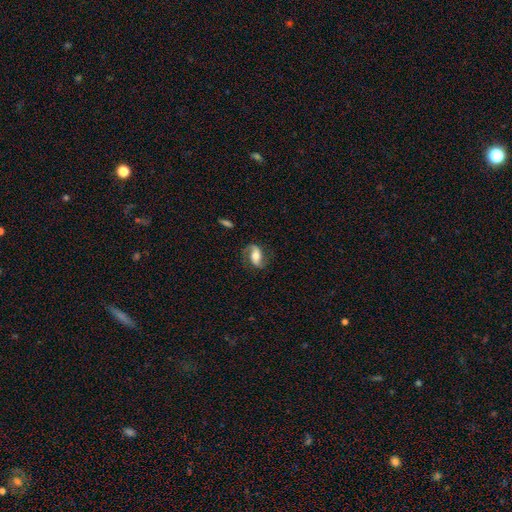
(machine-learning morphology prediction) Smooth or featured?
  - featured or disk: 77% *
  - smooth: 17%
  - star or artifact: 6%
Edge-on disk?
  - no: 96% *
  - yes: 4%
Bar?
  - no: 35% *
  - weak: 34%
  - strong: 31%
Spiral arms?
  - yes: 94% *
  - no: 6%
Spiral winding?
  - loose: 46% *
  - medium: 39%
  - tight: 15%
Spiral arm count?
  - 2: 90% *
  - 1: 4%
  - can't tell: 3%
  - 3: 1%
  - 4: 1%
  - more than 4: 1%
Bulge size?
  - moderate: 59% *
  - large: 20%
  - small: 16%
  - dominant: 3%
  - none: 2%
Merging?
  - none: 77% *
  - minor disturbance: 14%
  - major disturbance: 7%
  - merger: 1%